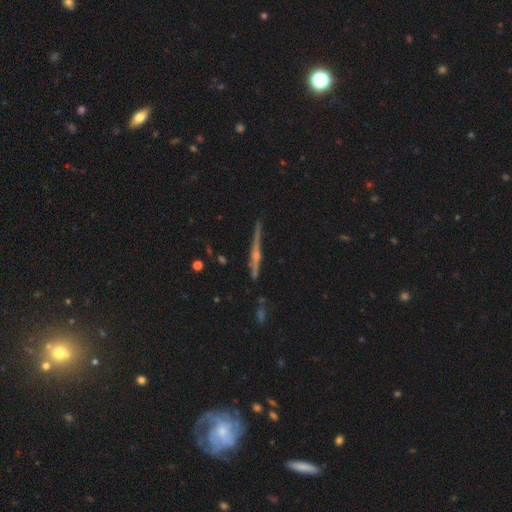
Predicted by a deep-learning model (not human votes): Smooth or featured? Predicted: featured or disk (p=0.80). Edge-on disk? Predicted: yes (p=0.97). Edge-on bulge? Predicted: rounded (p=0.80). Merging? Predicted: none (p=0.82).